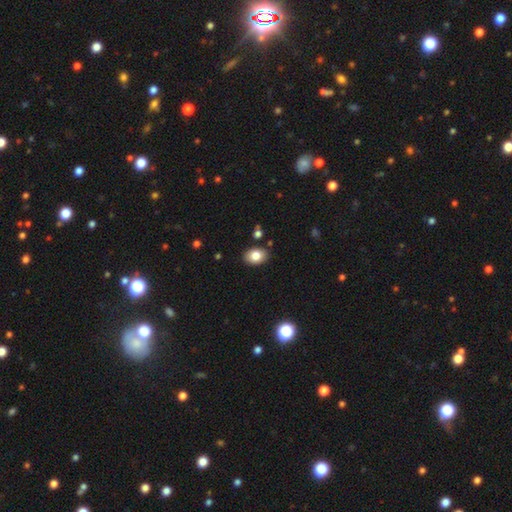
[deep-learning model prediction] Smooth or featured: smooth — 82% (featured or disk — 9%)
How rounded: in between — 78% (round — 21%)
Merging: none — 87% (minor disturbance — 9%)